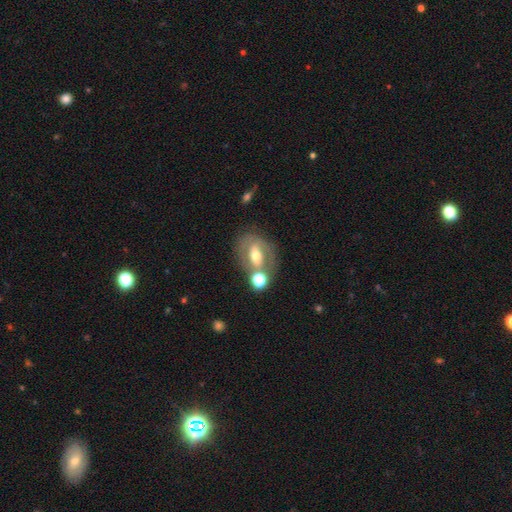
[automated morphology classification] Q: Smooth or featured?
A: featured or disk (56%); runner-up: smooth (34%)
Q: Edge-on disk?
A: no (92%); runner-up: yes (8%)
Q: Bar?
A: strong (34%); runner-up: weak (33%)
Q: Spiral arms?
A: no (59%); runner-up: yes (41%)
Q: Bulge size?
A: moderate (69%); runner-up: small (18%)
Q: Merging?
A: none (54%); runner-up: merger (21%)